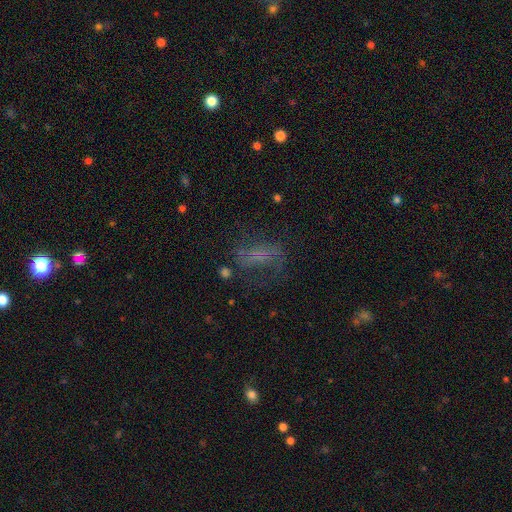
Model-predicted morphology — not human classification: Smooth or featured? Predicted: featured or disk (p=0.38). Merging? Predicted: none (p=0.48).